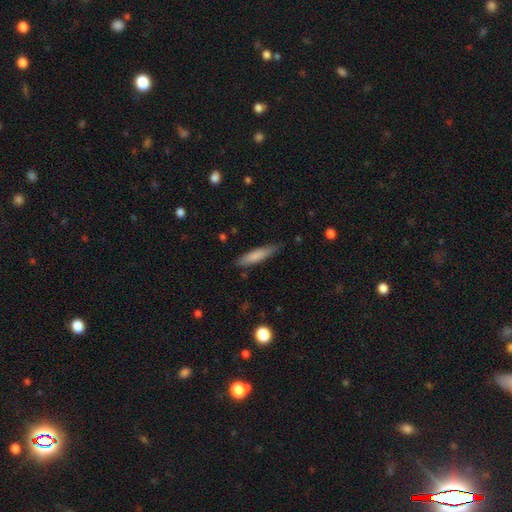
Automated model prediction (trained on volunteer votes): Morphology: type=smooth (78%); roundness=cigar-shaped (81%); merging=none (77%).